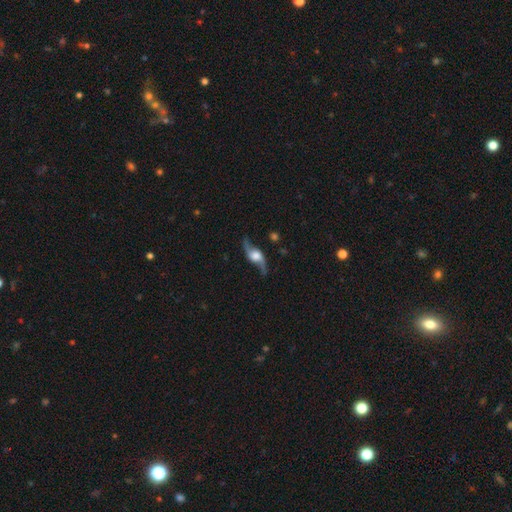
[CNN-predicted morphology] This is clearly a featured or disk galaxy (83%). It is likely not viewed edge-on (76%). Bar: likely no (62%). Spiral arm pattern: clearly yes (94%). Spiral arm count: clearly 2 (94%). Spiral winding: clearly loose (87%). Central bulge: marginally large (45%). Merging: likely none (79%).